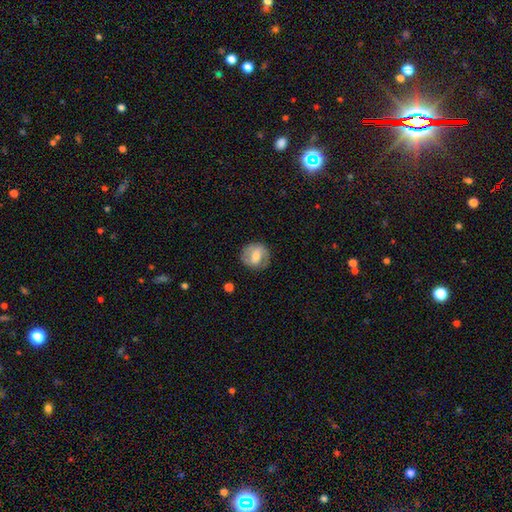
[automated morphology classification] A featured or disk galaxy (49%). Merging: none (81%).